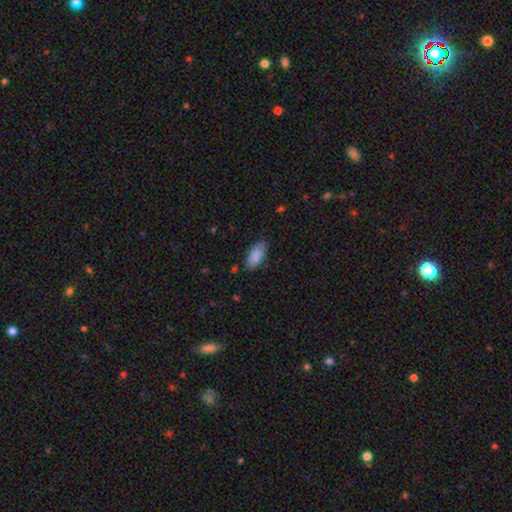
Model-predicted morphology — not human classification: This is clearly a smooth galaxy (87%). How rounded: clearly in between (88%). Merging: likely none (78%).